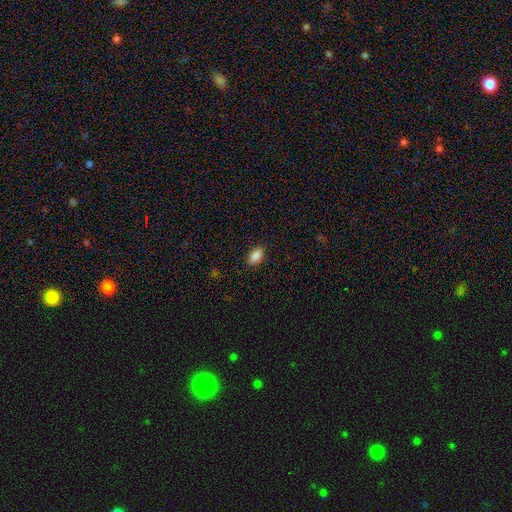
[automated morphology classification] Smooth or featured? smooth (88%)
How rounded? in between (92%)
Merging? none (88%)